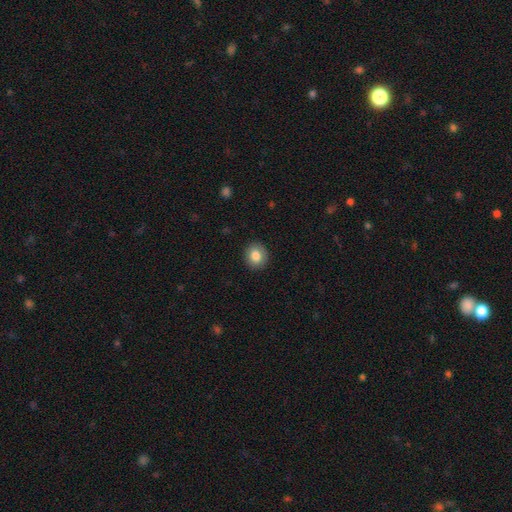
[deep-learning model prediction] Q: Smooth or featured?
A: smooth (83%); runner-up: star or artifact (9%)
Q: How rounded?
A: round (77%); runner-up: in between (22%)
Q: Merging?
A: none (90%); runner-up: minor disturbance (7%)